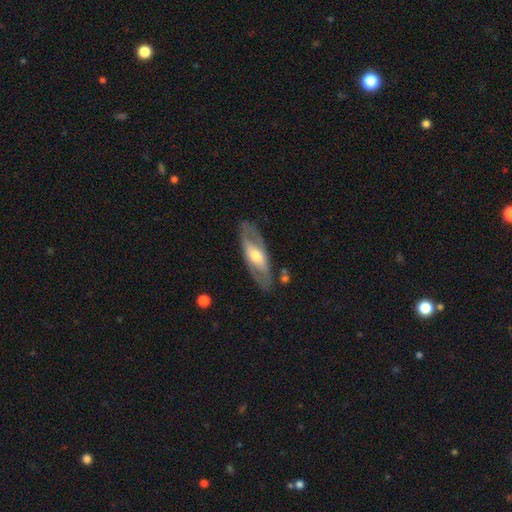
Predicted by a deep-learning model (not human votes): A featured or disk galaxy (65%). Merging: none (79%).